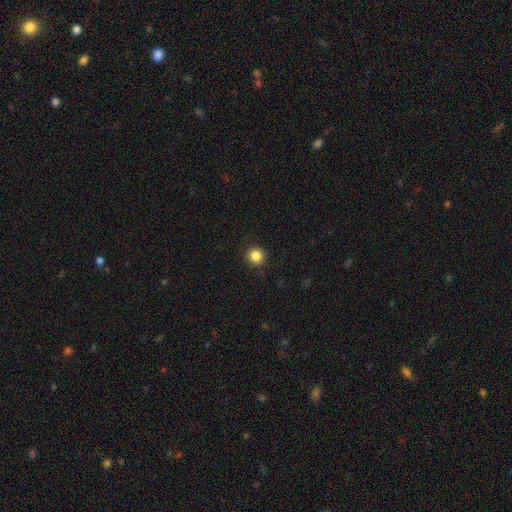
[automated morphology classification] type=smooth (85%); roundness=round (94%); merging=none (91%).